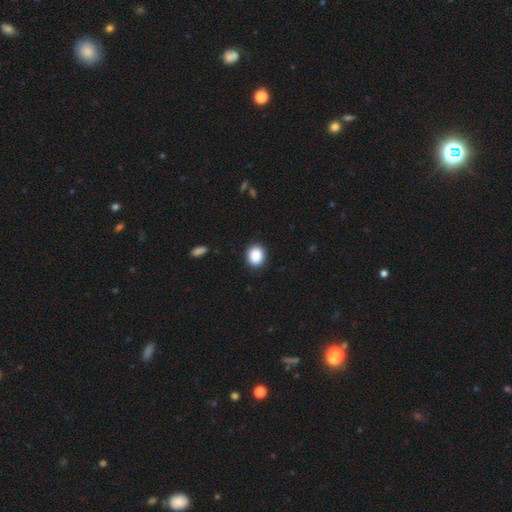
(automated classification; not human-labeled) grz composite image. It shows a smooth galaxy with no disk features (88%) that is round (66%). Merging: none (90%).